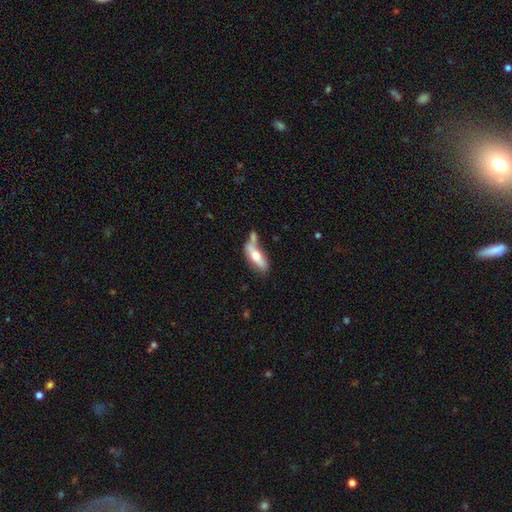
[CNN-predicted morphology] smooth 54%, featured or disk 40%, star or artifact 6%. Down the decision tree: how rounded — in between (55%); merging — none (40%).